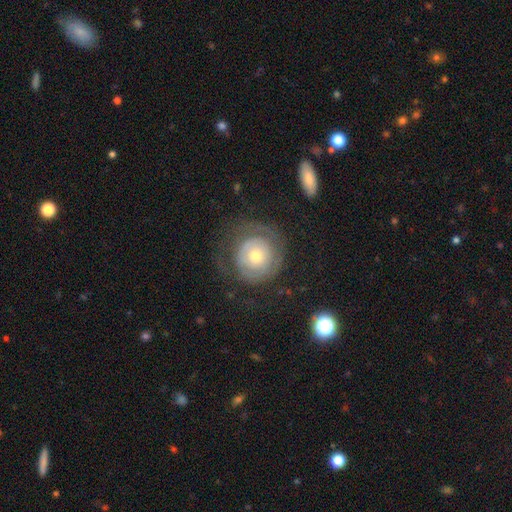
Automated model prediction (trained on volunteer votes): Morphology: type=featured or disk (59%); edge-on=no (97%); bar=no (85%); spiral arms=yes (63%); bulge=moderate (50%); merging=none (61%).